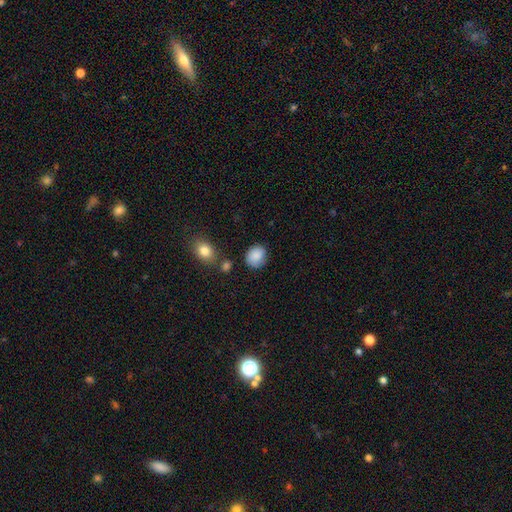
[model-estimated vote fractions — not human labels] smooth_or_featured: smooth (p=0.87) [alt: star or artifact p=0.08]
how_rounded: round (p=0.59) [alt: in between p=0.39]
merging: none (p=0.76) [alt: minor disturbance p=0.17]